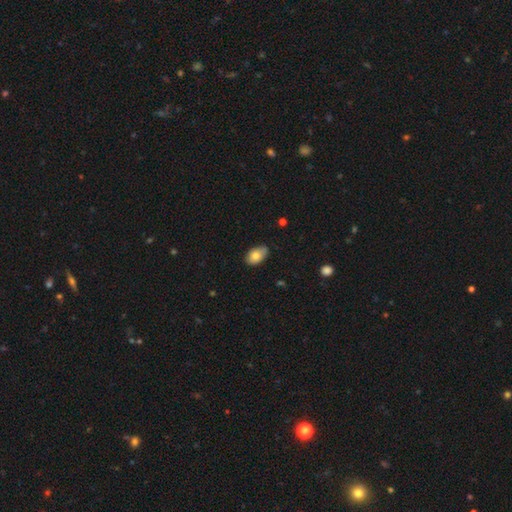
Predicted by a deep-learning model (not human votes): Overall: smooth (78%). How rounded: in between (91%). Merging: none (73%).